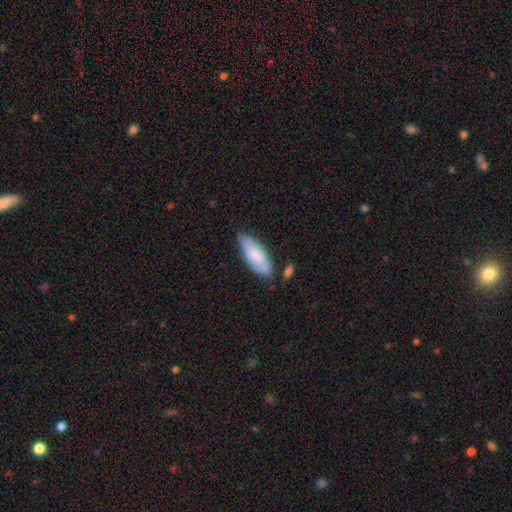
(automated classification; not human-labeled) smooth 79%, featured or disk 16%, star or artifact 6%. Down the decision tree: how rounded — in between (75%); merging — none (65%).